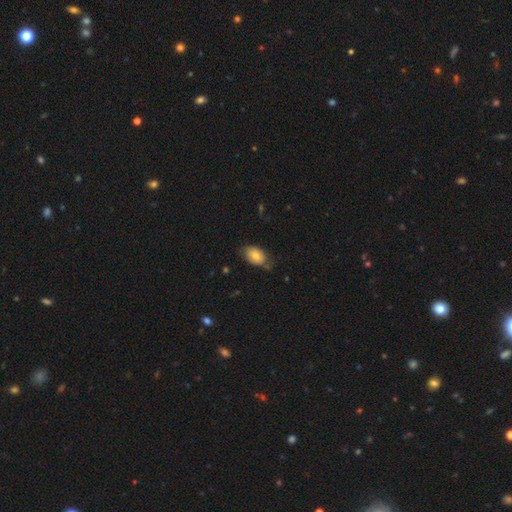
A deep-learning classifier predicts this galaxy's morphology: Smooth or featured: smooth — 76% (featured or disk — 17%)
How rounded: in between — 86% (round — 13%)
Merging: none — 64% (minor disturbance — 28%)